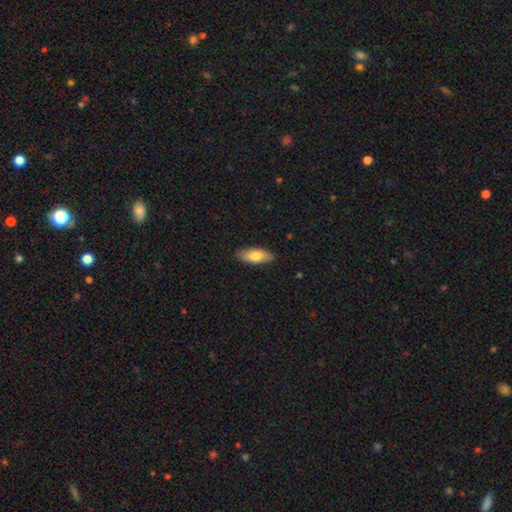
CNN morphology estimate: Smooth or featured? smooth (77%)
How rounded? in between (77%)
Merging? none (86%)